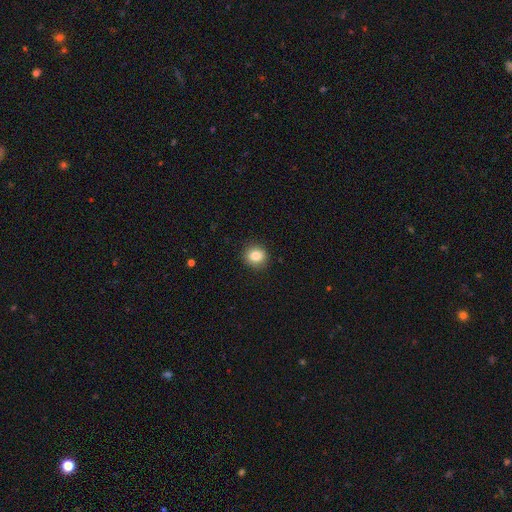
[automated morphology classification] Smooth or featured? Predicted: smooth (p=0.85). How rounded? Predicted: round (p=0.81). Merging? Predicted: none (p=0.91).